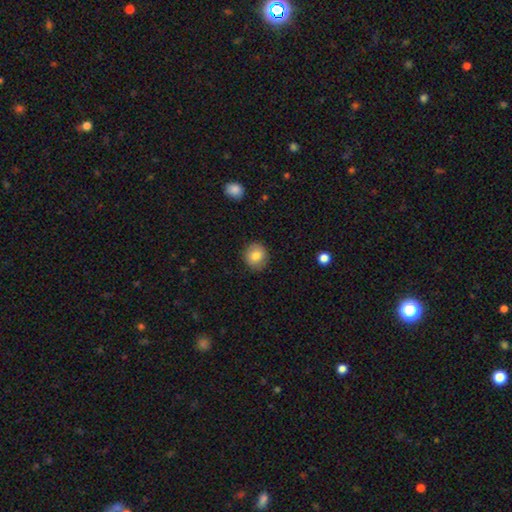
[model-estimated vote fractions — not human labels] The model was most divided on "how rounded": round: 84%, in between: 15%, cigar-shaped: 1%. More confident: merging — none (88%); smooth or featured — smooth (83%).